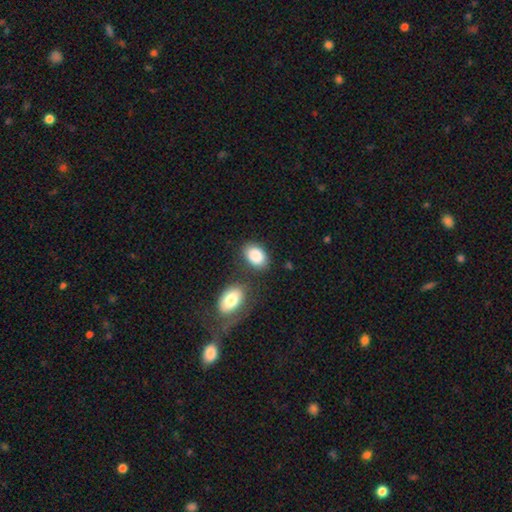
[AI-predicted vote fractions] This is clearly a smooth galaxy (87%). How rounded: clearly in between (87%). Merging: likely none (69%).